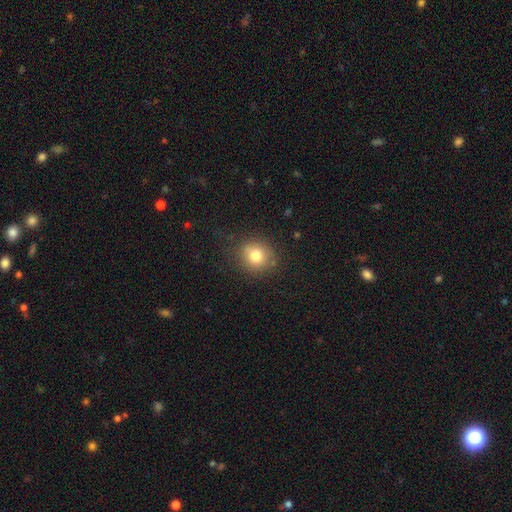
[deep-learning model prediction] Smooth or featured? Predicted: smooth (p=0.78). How rounded? Predicted: round (p=0.84). Merging? Predicted: none (p=0.81).